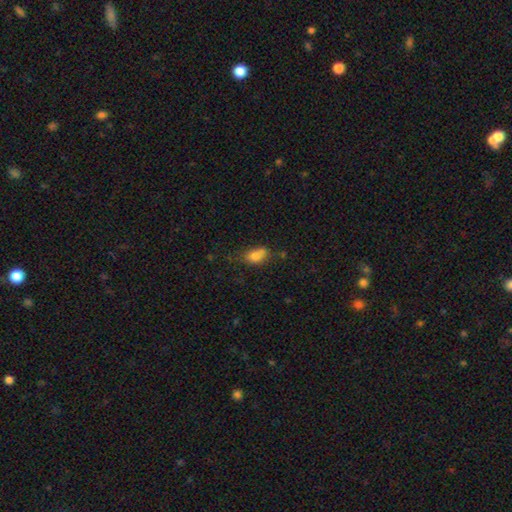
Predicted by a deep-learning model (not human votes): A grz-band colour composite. It shows a smooth galaxy with no disk features (78%) that is in between round and cigar-shaped (82%). Merging: none (51%).